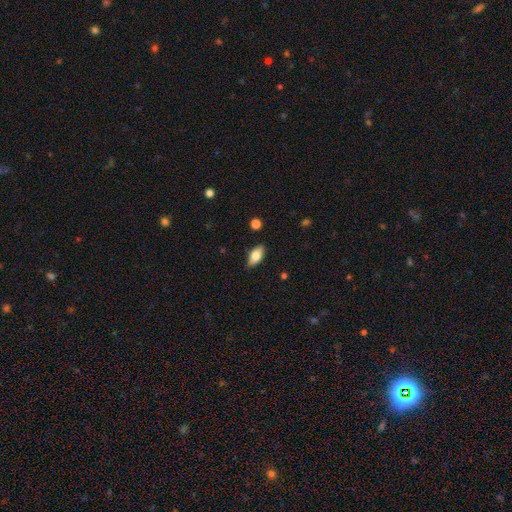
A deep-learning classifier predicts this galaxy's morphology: Smooth or featured? Predicted: smooth (p=0.77). How rounded? Predicted: in between (p=0.89). Merging? Predicted: none (p=0.86).